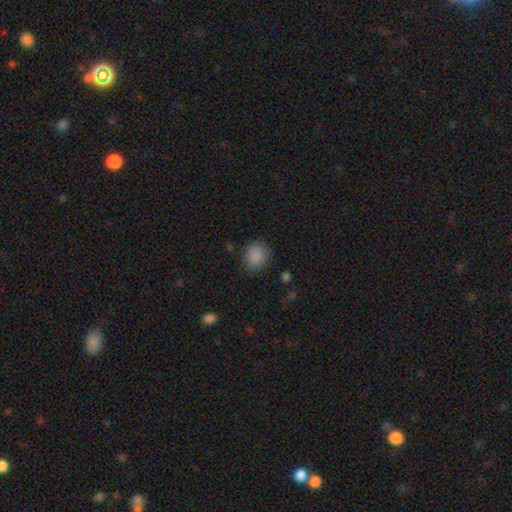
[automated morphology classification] Smooth or featured? smooth (86%)
How rounded? round (70%)
Merging? none (82%)